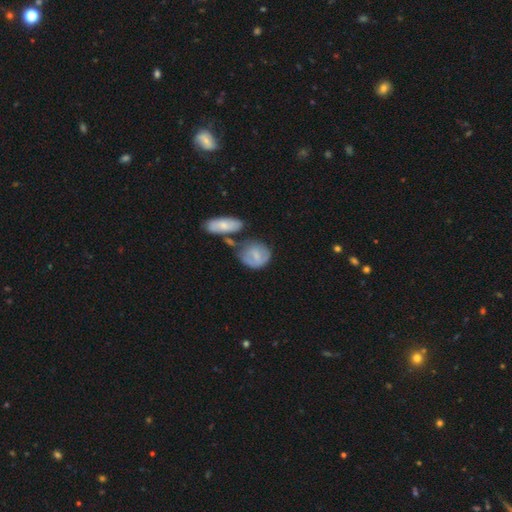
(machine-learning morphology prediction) smooth 63%, featured or disk 31%, star or artifact 7%. Down the decision tree: how rounded — round (65%); merging — none (47%).